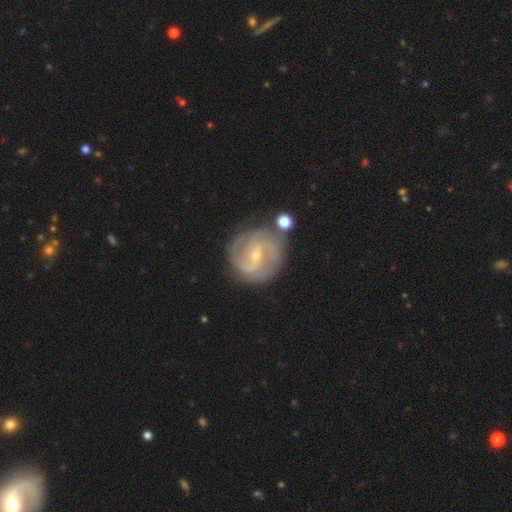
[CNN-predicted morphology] Smooth or featured: featured or disk — 86% (smooth — 8%)
Edge-on disk: no — 97% (yes — 3%)
Bar: weak — 52% (no — 27%)
Spiral arms: yes — 96% (no — 4%)
Spiral winding: medium — 46% (tight — 41%)
Spiral arm count: 2 — 59% (3 — 17%)
Bulge size: small — 74% (moderate — 23%)
Merging: none — 72% (minor disturbance — 16%)